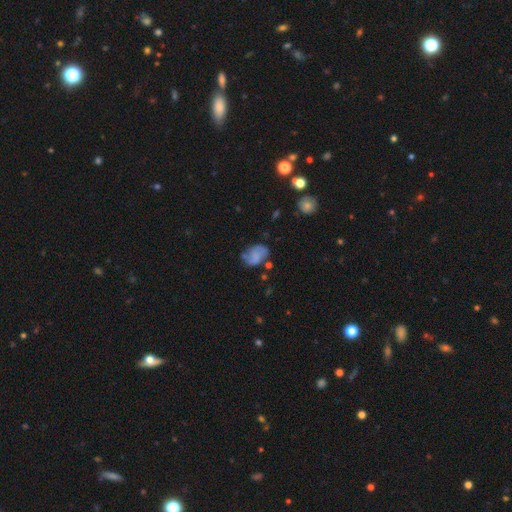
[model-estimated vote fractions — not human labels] Q: Smooth or featured?
A: smooth (56%); runner-up: featured or disk (33%)
Q: How rounded?
A: in between (79%); runner-up: round (20%)
Q: Merging?
A: none (51%); runner-up: minor disturbance (29%)